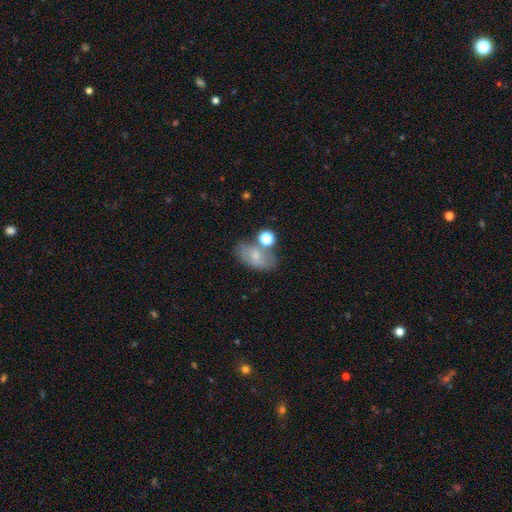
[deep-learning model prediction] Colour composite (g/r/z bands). It shows a smooth galaxy with no disk features (68%) that is in between round and cigar-shaped (85%). Merging: none (52%).